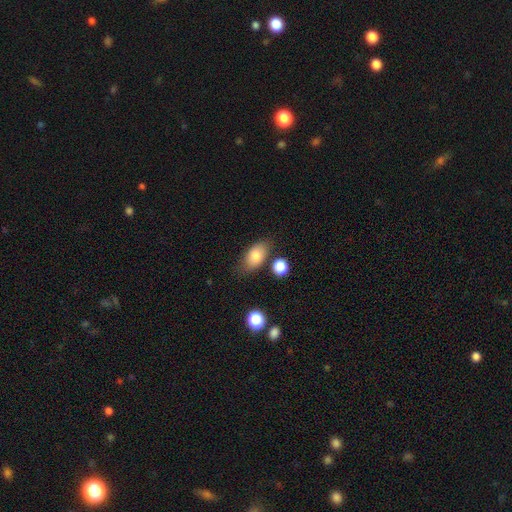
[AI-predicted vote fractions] Overall: smooth (80%). How rounded: in between (88%). Merging: none (72%).